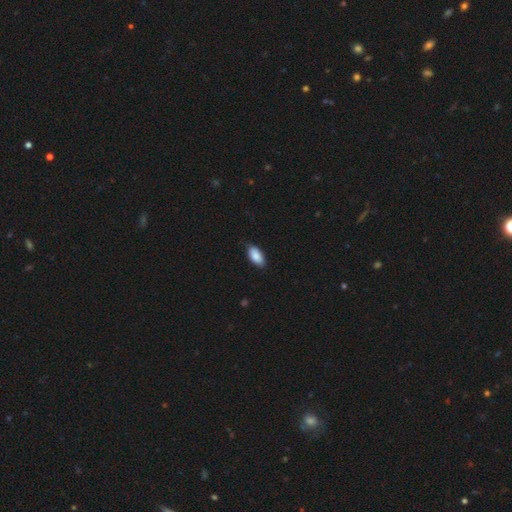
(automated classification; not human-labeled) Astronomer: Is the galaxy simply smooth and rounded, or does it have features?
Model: smooth — 89%.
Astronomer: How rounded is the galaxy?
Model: in between — 93%.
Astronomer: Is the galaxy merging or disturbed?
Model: none — 83%.